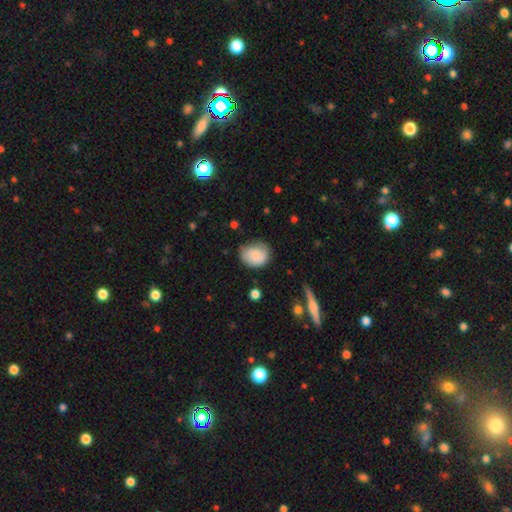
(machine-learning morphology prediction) type=smooth (72%); roundness=round (50%); merging=none (65%).